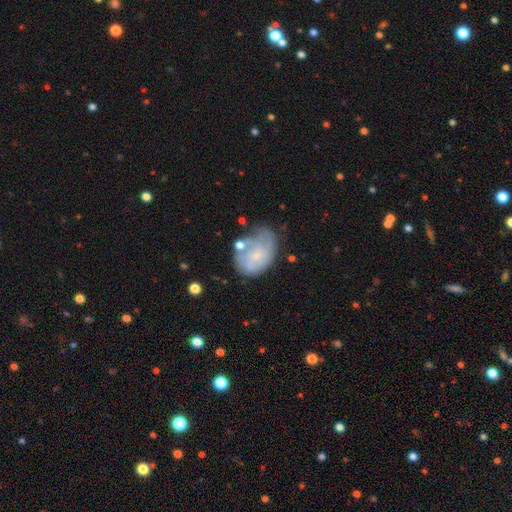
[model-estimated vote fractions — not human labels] Morphology: type=featured or disk (53%); edge-on=no (97%); bar=no (73%); spiral arms=yes (63%); bulge=small (57%); merging=none (40%).